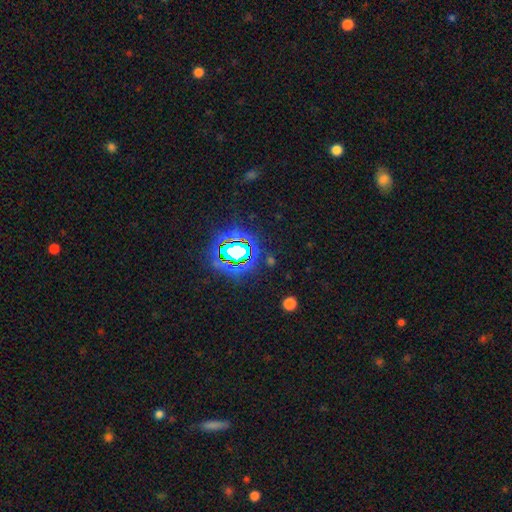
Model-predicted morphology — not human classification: type=star or artifact (81%).